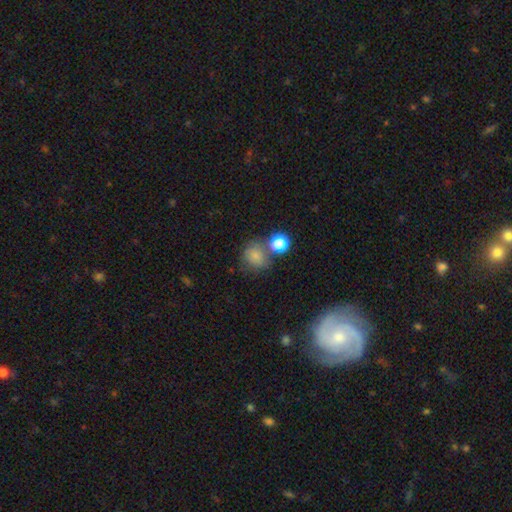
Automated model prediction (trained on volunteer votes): smooth 77%, star or artifact 14%, featured or disk 10%. Down the decision tree: how rounded — round (81%); merging — none (57%).